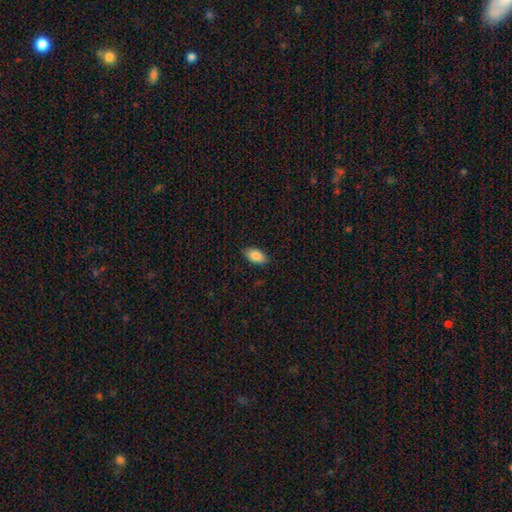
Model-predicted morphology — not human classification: Smooth or featured? smooth (86%)
How rounded? in between (93%)
Merging? none (87%)